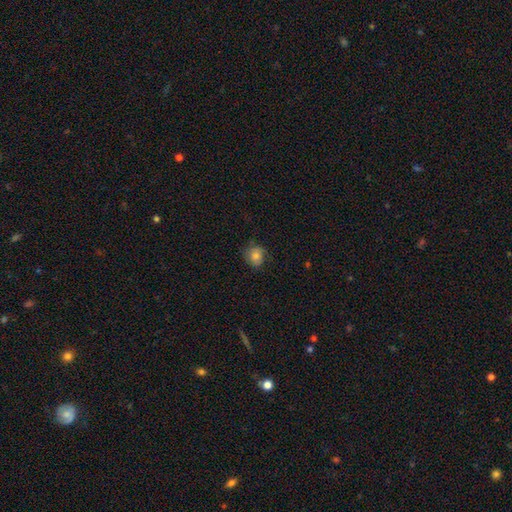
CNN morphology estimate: Smooth or featured: smooth — 75% (featured or disk — 16%)
How rounded: round — 76% (in between — 23%)
Merging: none — 71% (minor disturbance — 21%)